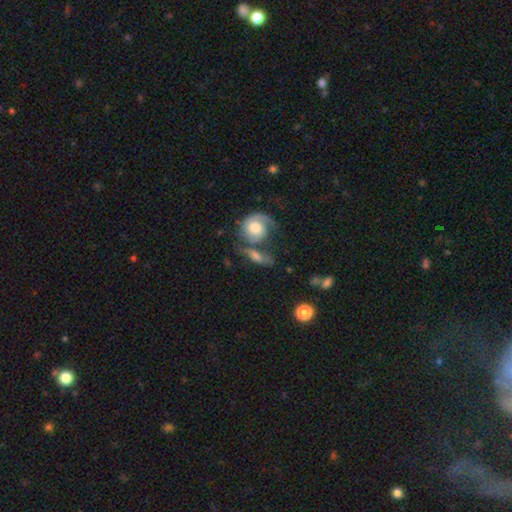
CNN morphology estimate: Smooth or featured? featured or disk (47%)
Merging? merger (38%)